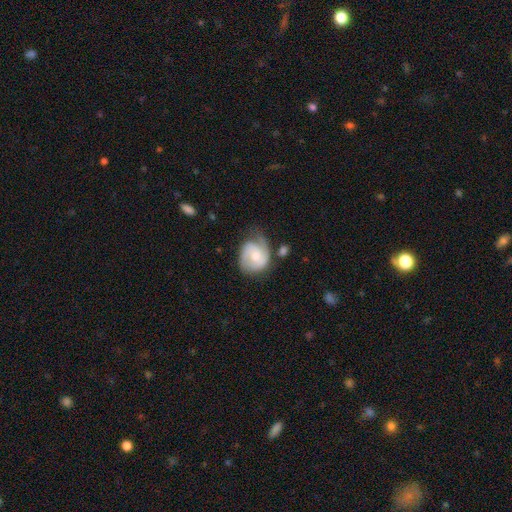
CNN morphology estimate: smooth-or-featured: featured or disk: 63% | smooth: 31% | star or artifact: 6%
  disk-edge-on: no: 97% | yes: 3%
    bar: no: 60% | weak: 33% | strong: 6%
    has-spiral-arms: yes: 88% | no: 12%
      spiral-winding: medium: 43% | tight: 39% | loose: 18%
      spiral-arm-count: 2: 66% | can't tell: 14% | 1: 13% | 3: 4% | 4: 1% | more than 4: 1%
    bulge-size: moderate: 55% | small: 37% | large: 4% | none: 3% | dominant: 1%
  merging: none: 49% | minor disturbance: 31% | major disturbance: 15% | merger: 5%